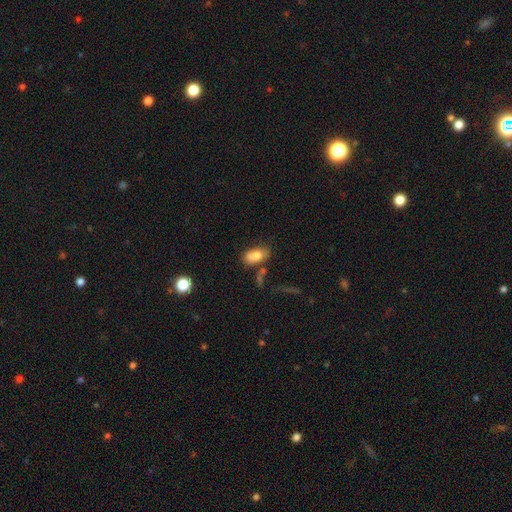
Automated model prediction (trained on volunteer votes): smooth-or-featured: smooth: 76% | featured or disk: 15% | star or artifact: 9%
  how-rounded: in between: 90% | round: 7% | cigar-shaped: 3%
  merging: none: 50% | minor disturbance: 23% | merger: 17% | major disturbance: 10%